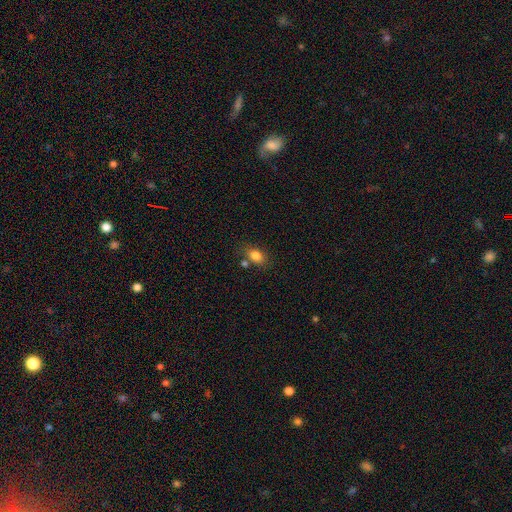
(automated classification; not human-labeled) This appears to be a smooth galaxy with no disk features (82%) that is in between round and cigar-shaped (77%). Merging: none (67%).